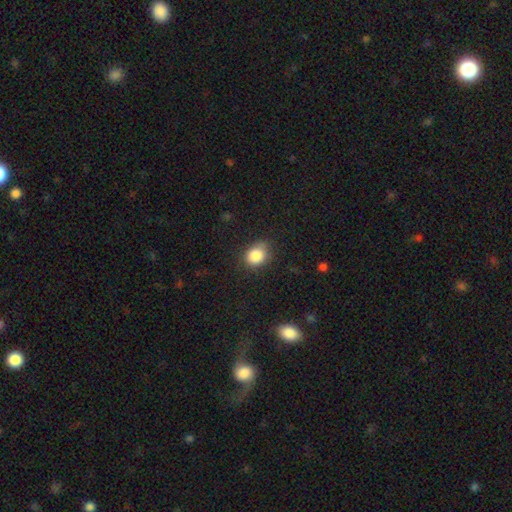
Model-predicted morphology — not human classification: A smooth galaxy with no disk features (86%) that is round (58%).

Vote fractions:
- Smooth or featured? smooth: 86% / star or artifact: 9% / featured or disk: 5%
- How rounded? round: 58% / in between: 41% / cigar-shaped: 1%
- Merging? none: 71% / minor disturbance: 22% / major disturbance: 5% / merger: 2%